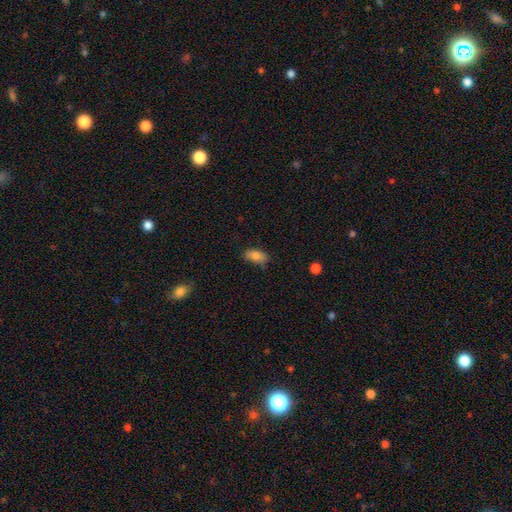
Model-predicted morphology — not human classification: smooth_or_featured: smooth (p=0.83) [alt: star or artifact p=0.08]
how_rounded: in between (p=0.89) [alt: cigar-shaped p=0.06]
merging: none (p=0.68) [alt: minor disturbance p=0.24]